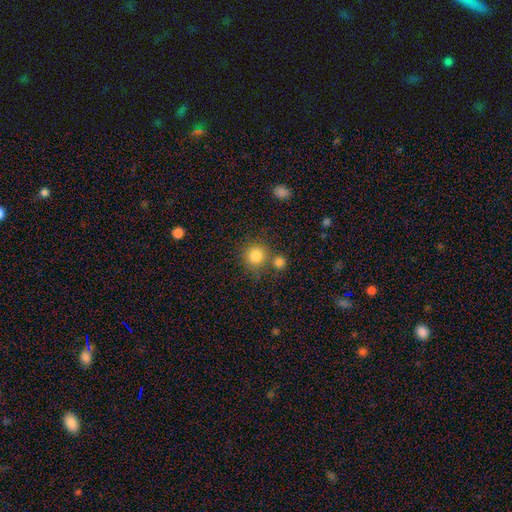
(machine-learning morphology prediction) smooth 82%, star or artifact 11%, featured or disk 6%. Down the decision tree: how rounded — round (90%); merging — none (67%).